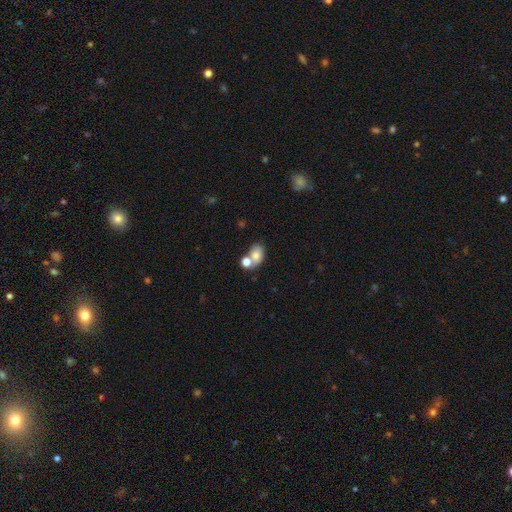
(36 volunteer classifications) smooth_or_featured: smooth (p=0.89) [alt: featured or disk p=0.06]
how_rounded: in between (p=0.75) [alt: round p=0.25]
merging: merger (p=0.59) [alt: none p=0.29]